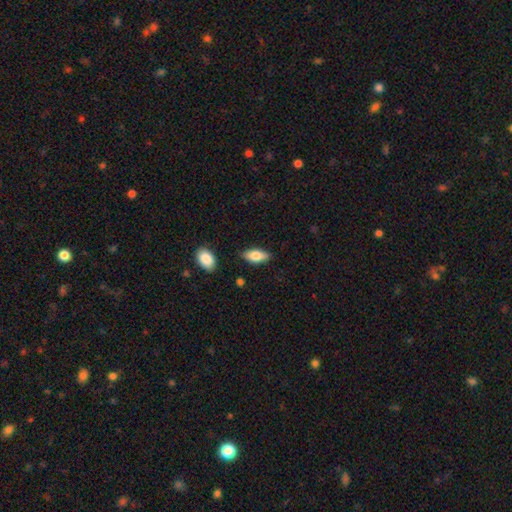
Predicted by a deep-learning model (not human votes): Smooth or featured?
  - smooth: 75% *
  - featured or disk: 18%
  - star or artifact: 6%
How rounded?
  - in between: 85% *
  - cigar-shaped: 12%
  - round: 3%
Merging?
  - none: 81% *
  - minor disturbance: 14%
  - major disturbance: 3%
  - merger: 2%